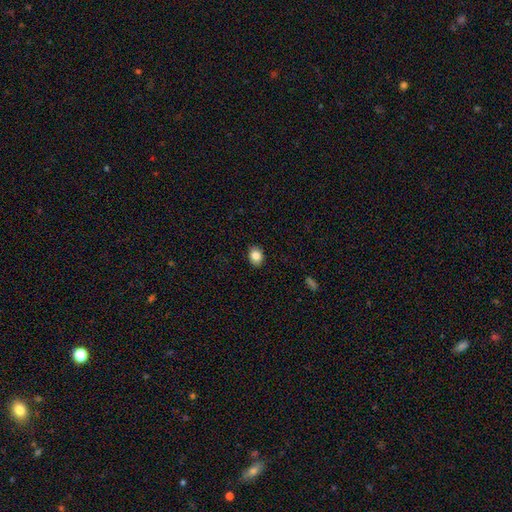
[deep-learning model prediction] Smooth or featured: smooth — 85% (star or artifact — 9%)
How rounded: in between — 55% (round — 44%)
Merging: none — 90% (minor disturbance — 7%)